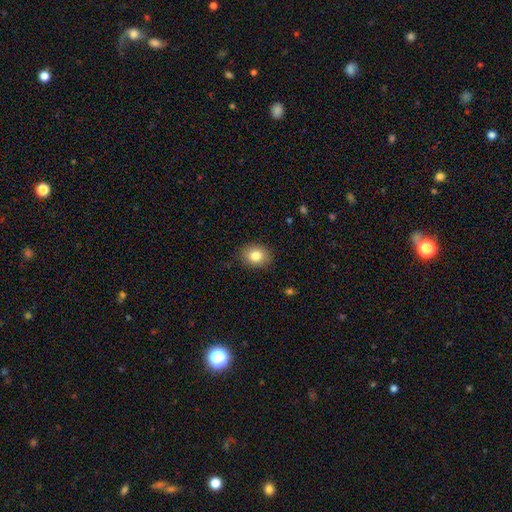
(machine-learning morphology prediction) smooth_or_featured: smooth (p=0.82) [alt: featured or disk p=0.09]
how_rounded: in between (p=0.55) [alt: round p=0.44]
merging: none (p=0.88) [alt: minor disturbance p=0.09]